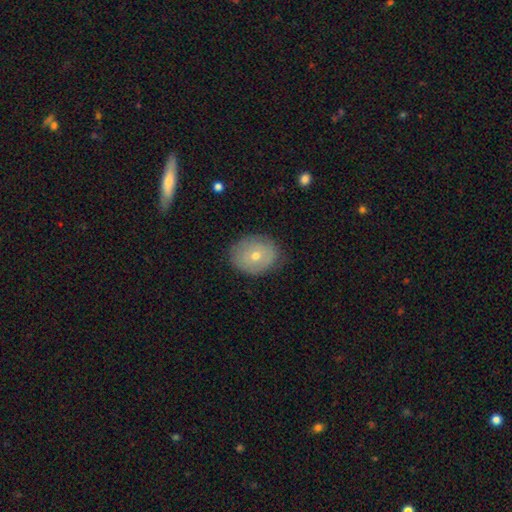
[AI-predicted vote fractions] The model was most divided on "how rounded": round: 51%, in between: 48%, cigar-shaped: 1%. More confident: merging — none (81%); smooth or featured — smooth (59%).